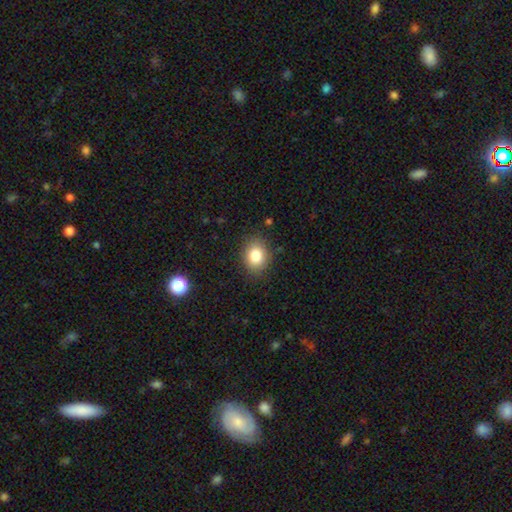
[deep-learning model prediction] Morphology: type=smooth (82%); roundness=in between (51%); merging=none (85%).